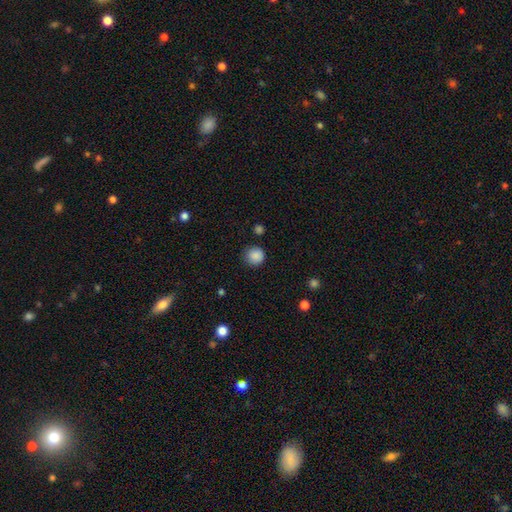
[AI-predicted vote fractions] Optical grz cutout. It shows a smooth galaxy with no disk features (87%) that is round (93%). Merging: none (86%).